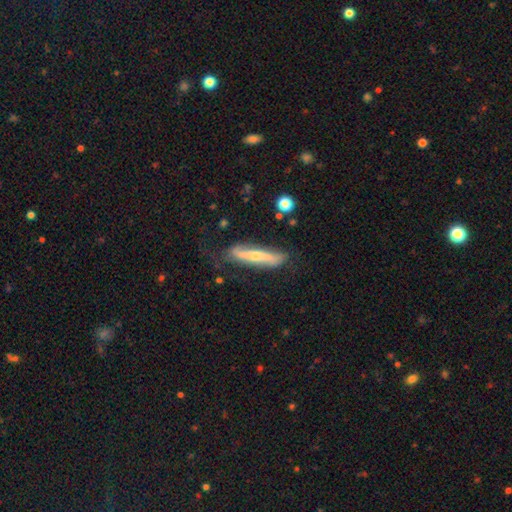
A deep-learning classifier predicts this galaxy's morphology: A featured or disk galaxy (63%) viewed edge-on (62%). Merging: none (67%).